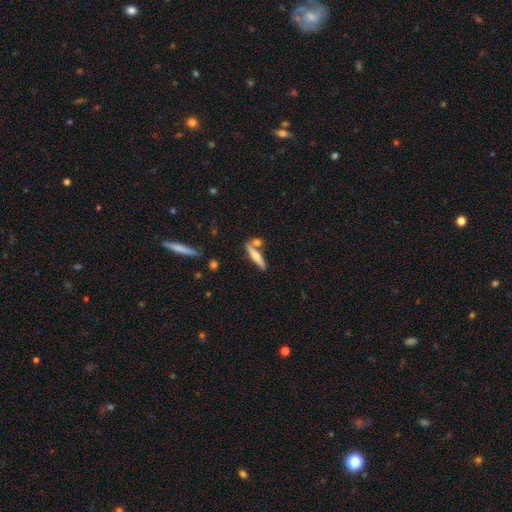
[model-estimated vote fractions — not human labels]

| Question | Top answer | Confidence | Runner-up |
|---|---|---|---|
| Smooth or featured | featured or disk | 50% | smooth (44%) |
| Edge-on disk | yes | 91% | no (9%) |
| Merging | none | 71% | merger (15%) |